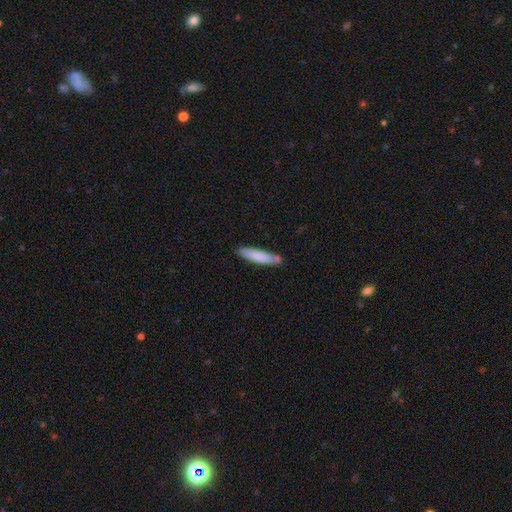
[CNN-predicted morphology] Smooth or featured?
  - smooth: 81% *
  - featured or disk: 14%
  - star or artifact: 5%
How rounded?
  - cigar-shaped: 82% *
  - in between: 17%
  - round: 1%
Merging?
  - none: 76% *
  - minor disturbance: 15%
  - merger: 6%
  - major disturbance: 3%